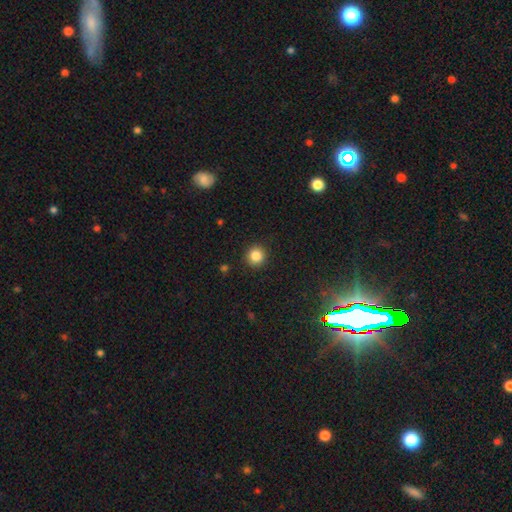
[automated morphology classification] Smooth or featured?
  - smooth: 85% *
  - star or artifact: 10%
  - featured or disk: 4%
How rounded?
  - round: 92% *
  - in between: 7%
  - cigar-shaped: 1%
Merging?
  - none: 91% *
  - minor disturbance: 6%
  - major disturbance: 2%
  - merger: 1%